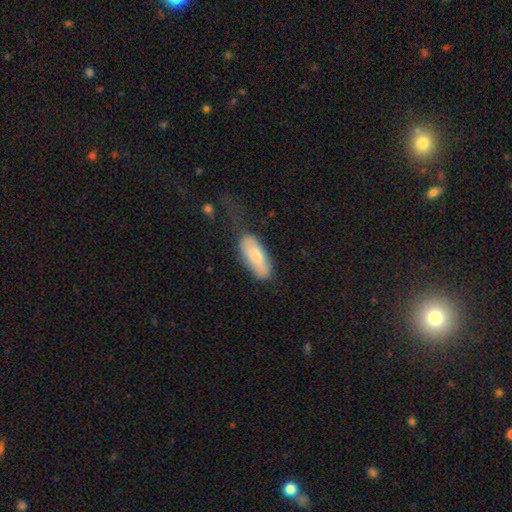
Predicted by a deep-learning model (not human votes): This appears to be a smooth galaxy with no disk features (73%) that is in between round and cigar-shaped (81%). Merging: none (55%).